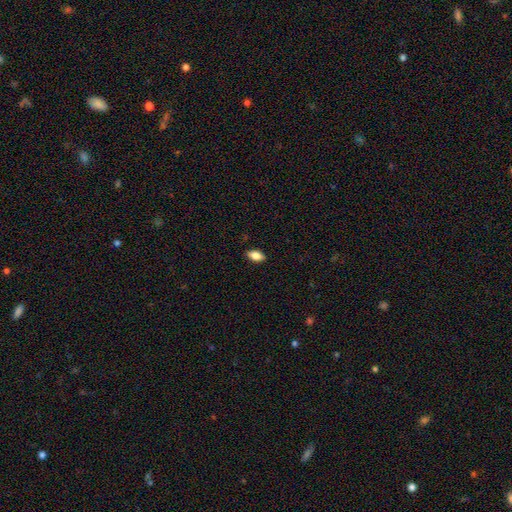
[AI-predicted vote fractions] Q: Smooth or featured?
A: smooth (86%); runner-up: star or artifact (8%)
Q: How rounded?
A: in between (90%); runner-up: cigar-shaped (5%)
Q: Merging?
A: none (88%); runner-up: minor disturbance (9%)